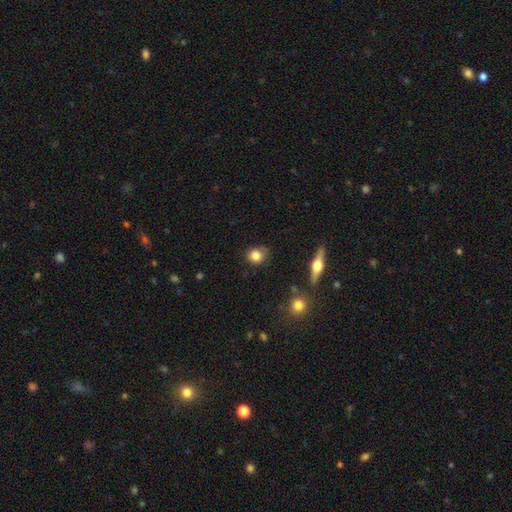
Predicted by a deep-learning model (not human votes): The model was most divided on "merging": none: 71%, minor disturbance: 22%, major disturbance: 4%, merger: 3%. More confident: smooth or featured — smooth (82%); how rounded — round (77%).